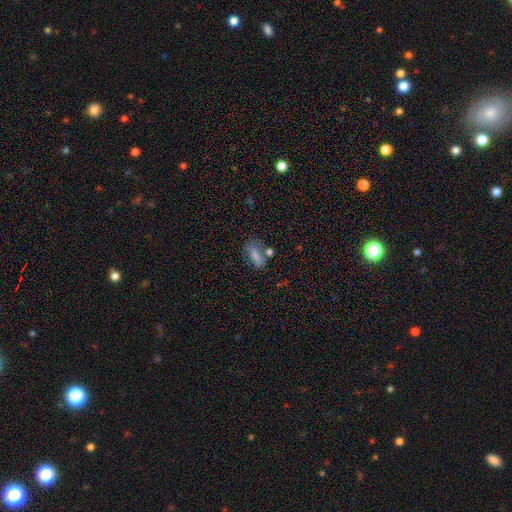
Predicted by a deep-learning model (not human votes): This is likely a smooth galaxy (75%). How rounded: likely in between (71%). Merging: possibly none (52%).